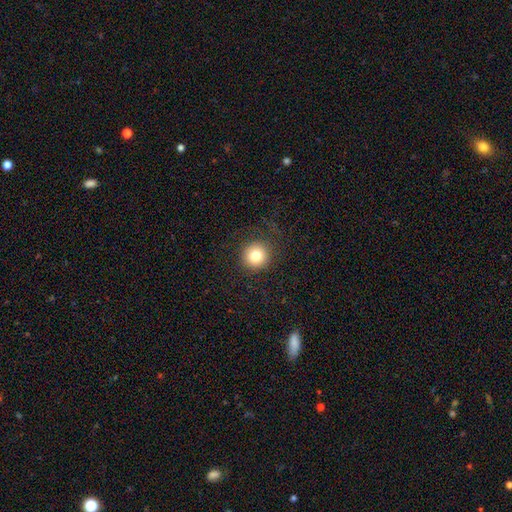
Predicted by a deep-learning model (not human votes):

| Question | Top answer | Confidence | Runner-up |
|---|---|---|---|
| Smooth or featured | smooth | 80% | star or artifact (11%) |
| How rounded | round | 96% | in between (3%) |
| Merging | none | 88% | minor disturbance (7%) |